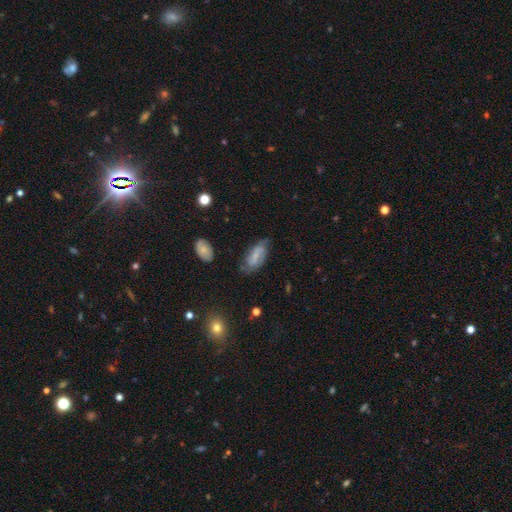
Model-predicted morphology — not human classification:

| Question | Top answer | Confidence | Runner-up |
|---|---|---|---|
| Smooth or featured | featured or disk | 52% | smooth (39%) |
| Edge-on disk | no | 91% | yes (9%) |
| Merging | none | 64% | minor disturbance (25%) |